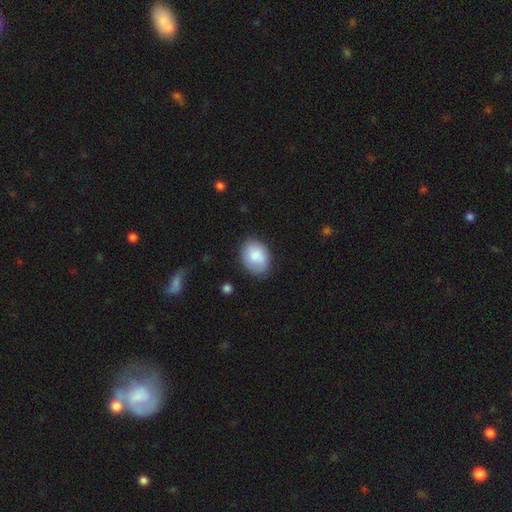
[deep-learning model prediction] This appears to be a smooth galaxy with no disk features (81%) that is in between round and cigar-shaped (68%). Merging: none (78%).